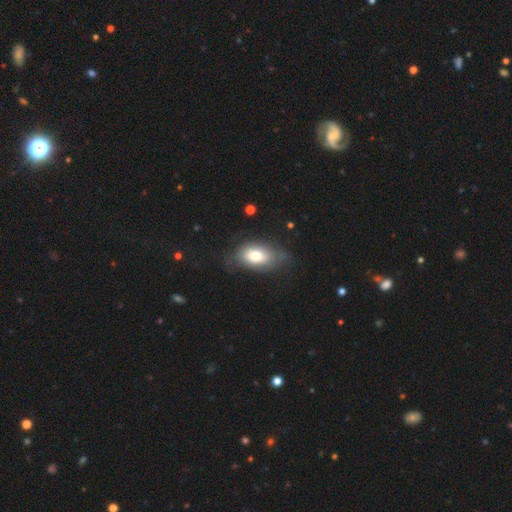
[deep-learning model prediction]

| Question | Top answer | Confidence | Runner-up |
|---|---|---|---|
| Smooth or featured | smooth | 71% | featured or disk (20%) |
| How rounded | in between | 87% | round (11%) |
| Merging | none | 62% | minor disturbance (25%) |